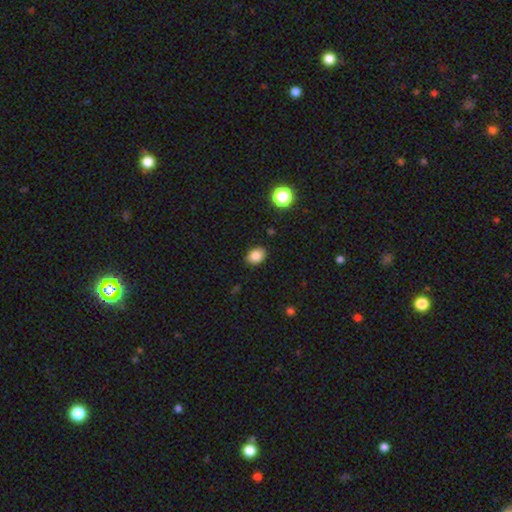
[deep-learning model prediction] This is clearly a smooth galaxy (85%). How rounded: likely in between (71%). Merging: clearly none (87%).